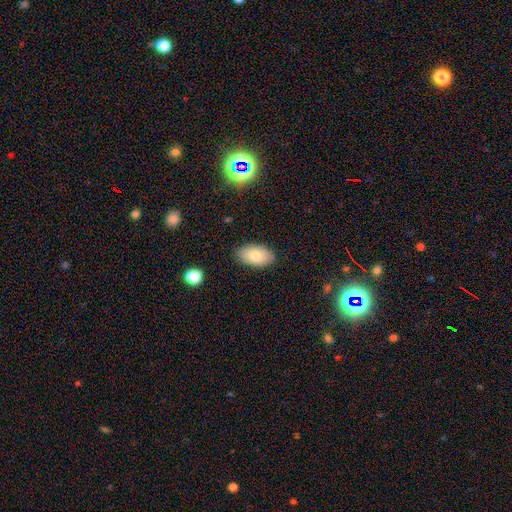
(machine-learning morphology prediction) Q: Smooth or featured?
A: smooth (80%); runner-up: featured or disk (13%)
Q: How rounded?
A: in between (95%); runner-up: round (4%)
Q: Merging?
A: none (87%); runner-up: minor disturbance (10%)